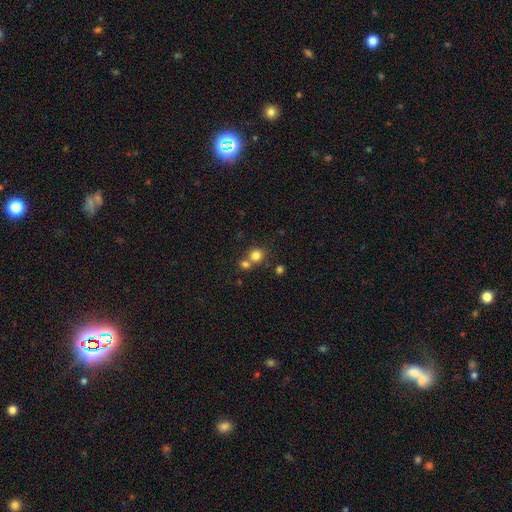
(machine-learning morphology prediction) A smooth galaxy with no disk features (79%) that is round (86%). Merging: none (54%).